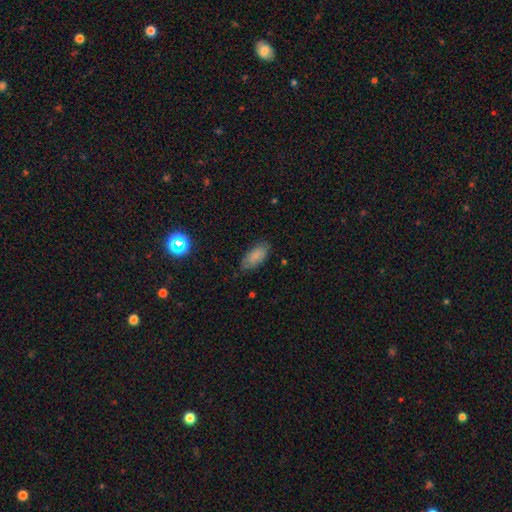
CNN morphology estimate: Smooth or featured: smooth — 80% (featured or disk — 12%)
How rounded: in between — 90% (cigar-shaped — 7%)
Merging: none — 76% (minor disturbance — 19%)